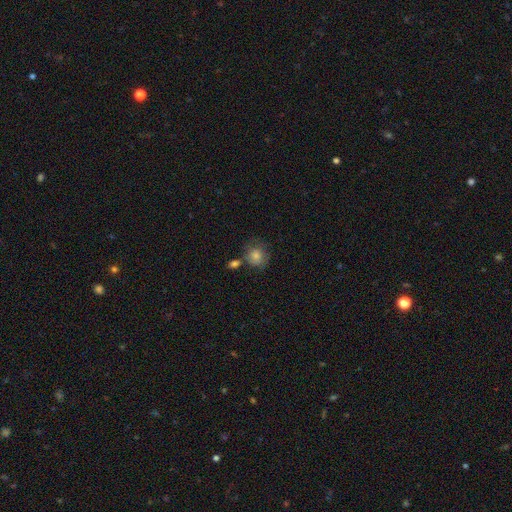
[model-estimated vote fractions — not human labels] Overall: smooth (72%). How rounded: round (81%). Merging: none (62%).